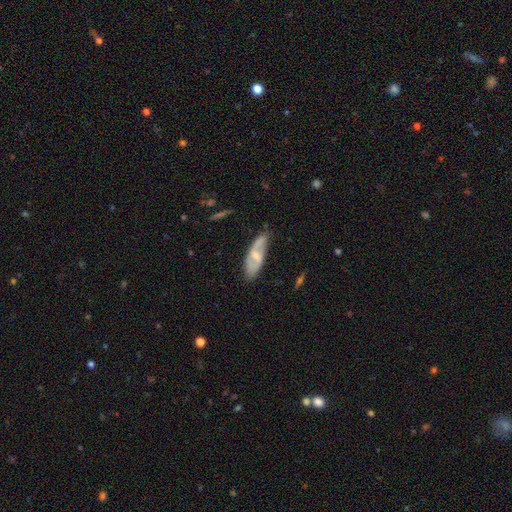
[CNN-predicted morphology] smooth-or-featured: featured or disk: 62% | smooth: 32% | star or artifact: 6%
  disk-edge-on: no: 85% | yes: 15%
    bar: weak: 46% | no: 37% | strong: 17%
    has-spiral-arms: yes: 78% | no: 22%
    bulge-size: small: 54% | moderate: 38% | none: 5% | large: 2% | dominant: 1%
  merging: none: 67% | minor disturbance: 25% | major disturbance: 6% | merger: 2%